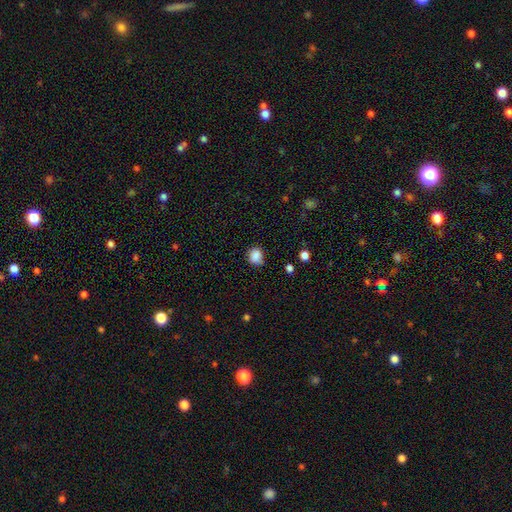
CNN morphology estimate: Overall: smooth (85%). How rounded: round (70%). Merging: none (69%).